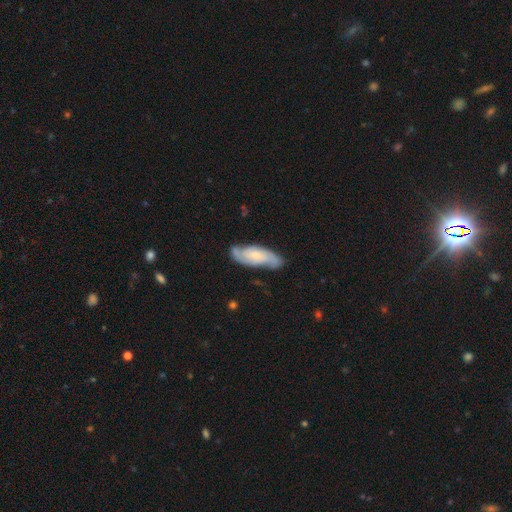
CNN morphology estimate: This appears to be a featured or disk galaxy (68%) with no bar (58%), 2 (78%) tight (44%) spiral arms (94%) and a small central bulge (45%). Merging: none (76%).